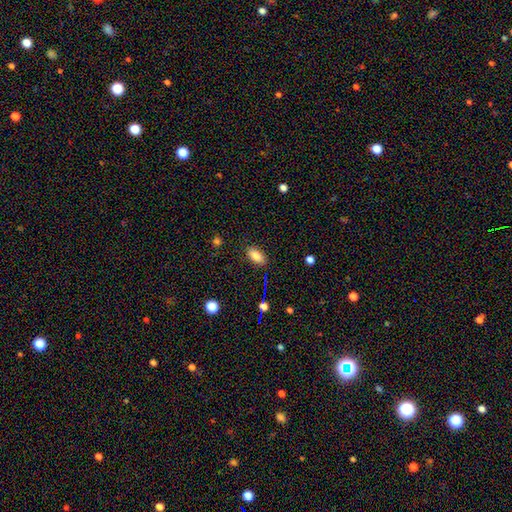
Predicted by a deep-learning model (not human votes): smooth 84%, star or artifact 9%, featured or disk 6%. Down the decision tree: how rounded — in between (90%); merging — none (86%).